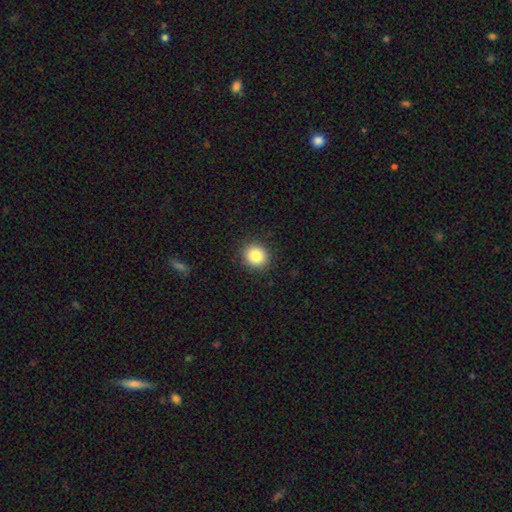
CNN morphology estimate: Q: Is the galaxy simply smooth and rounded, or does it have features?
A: smooth — 84%.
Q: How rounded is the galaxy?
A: round — 86%.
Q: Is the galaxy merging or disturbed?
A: none — 91%.